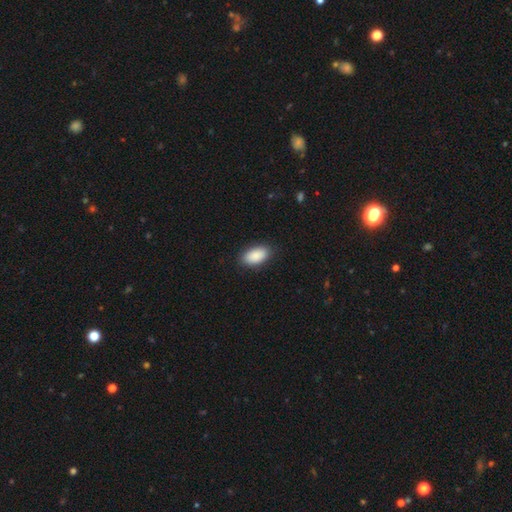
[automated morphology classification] smooth 90%, star or artifact 6%, featured or disk 4%. Down the decision tree: how rounded — in between (94%); merging — none (87%).